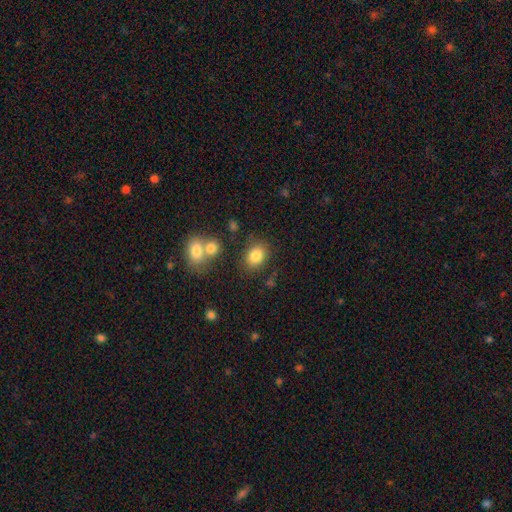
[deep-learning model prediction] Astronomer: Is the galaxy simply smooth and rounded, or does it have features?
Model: smooth — 83%.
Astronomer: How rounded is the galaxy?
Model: in between — 68%.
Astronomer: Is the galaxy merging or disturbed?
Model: none — 77%.